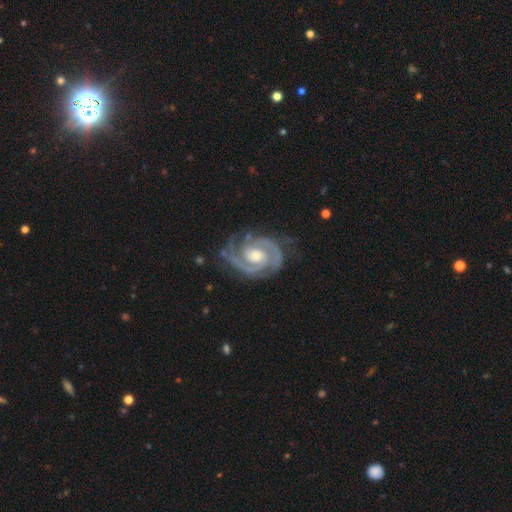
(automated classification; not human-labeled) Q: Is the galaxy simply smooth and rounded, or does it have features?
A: featured or disk — 94%.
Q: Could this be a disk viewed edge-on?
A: no — 98%.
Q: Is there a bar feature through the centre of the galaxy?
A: no — 56%.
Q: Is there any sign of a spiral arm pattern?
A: yes — 99%.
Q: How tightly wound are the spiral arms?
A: tight — 65%.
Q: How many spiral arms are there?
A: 2 — 84%.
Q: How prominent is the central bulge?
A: moderate — 66%.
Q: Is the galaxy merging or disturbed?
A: none — 76%.